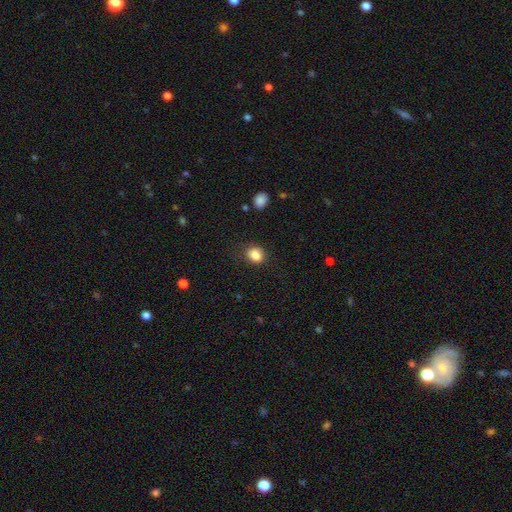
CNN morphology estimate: Smooth or featured: smooth — 85% (star or artifact — 10%)
How rounded: round — 60% (in between — 39%)
Merging: none — 79% (minor disturbance — 15%)